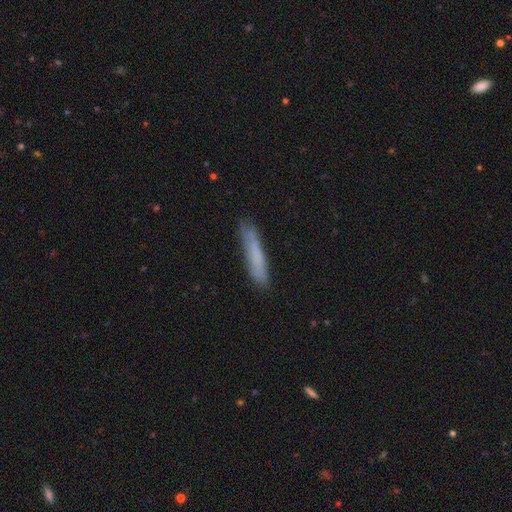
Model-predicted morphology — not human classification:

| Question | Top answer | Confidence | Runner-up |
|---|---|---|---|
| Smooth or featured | smooth | 71% | featured or disk (22%) |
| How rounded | cigar-shaped | 93% | in between (6%) |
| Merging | none | 82% | minor disturbance (14%) |